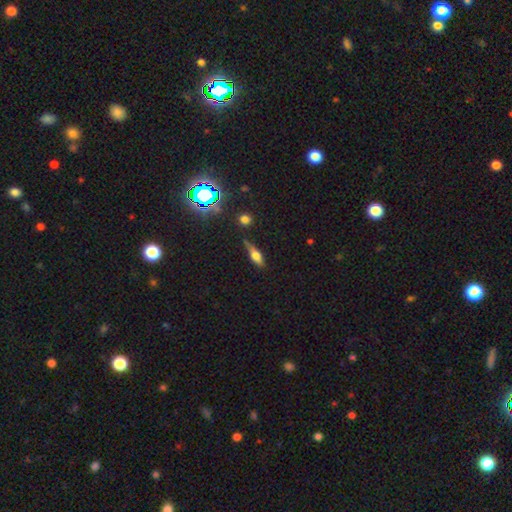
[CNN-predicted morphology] Q: Smooth or featured?
A: smooth (56%); runner-up: featured or disk (31%)
Q: How rounded?
A: in between (56%); runner-up: cigar-shaped (38%)
Q: Merging?
A: none (61%); runner-up: minor disturbance (26%)